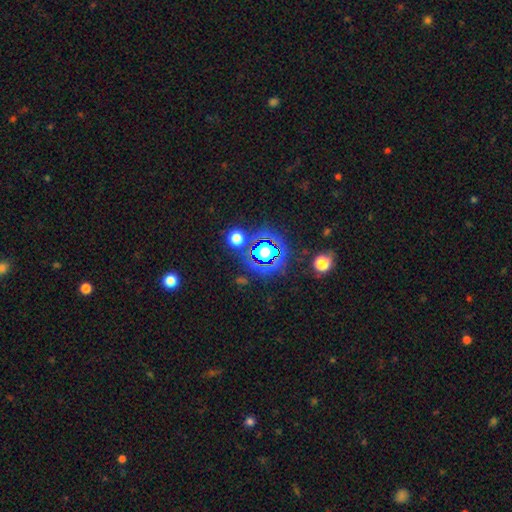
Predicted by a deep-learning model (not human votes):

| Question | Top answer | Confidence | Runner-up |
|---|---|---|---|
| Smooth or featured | star or artifact | 75% | smooth (16%) |